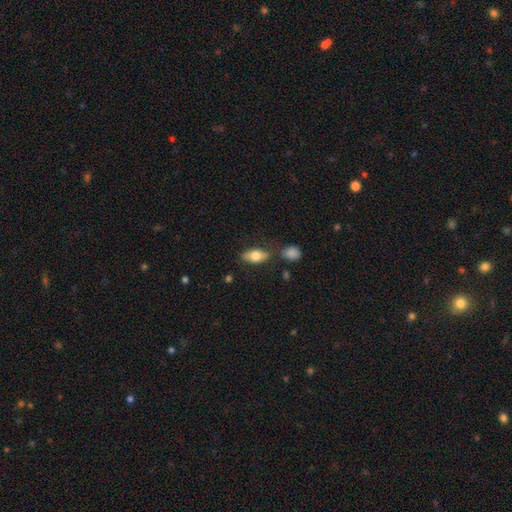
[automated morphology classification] The model was most divided on "smooth or featured": smooth: 69%, featured or disk: 24%, star or artifact: 7%. More confident: how rounded — in between (85%); merging — none (73%).